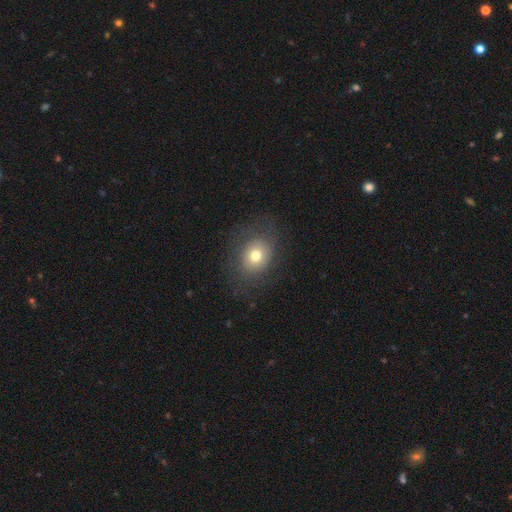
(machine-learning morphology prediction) type=smooth (70%); roundness=round (57%); merging=none (77%).